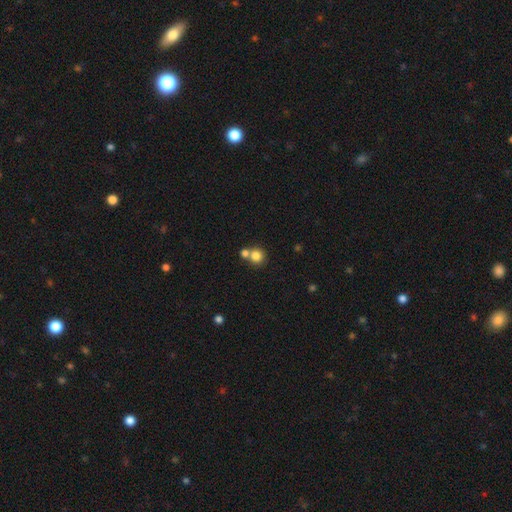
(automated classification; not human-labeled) smooth-or-featured: smooth: 82% | star or artifact: 11% | featured or disk: 7%
  how-rounded: round: 90% | in between: 9% | cigar-shaped: 1%
  merging: none: 55% | merger: 36% | minor disturbance: 7% | major disturbance: 3%